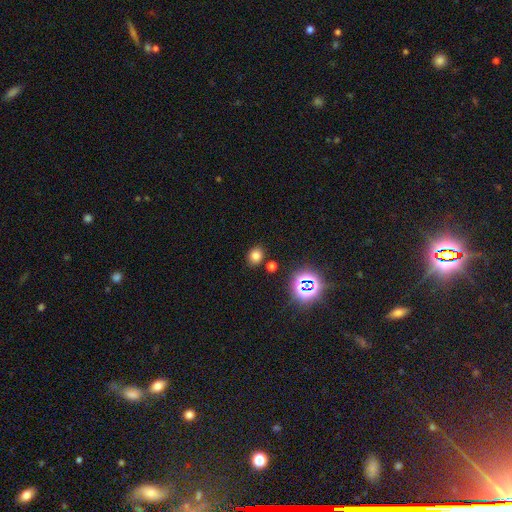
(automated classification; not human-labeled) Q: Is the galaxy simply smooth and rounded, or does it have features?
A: smooth — 72%.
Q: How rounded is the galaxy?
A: round — 56%.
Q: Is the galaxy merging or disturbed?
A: none — 82%.